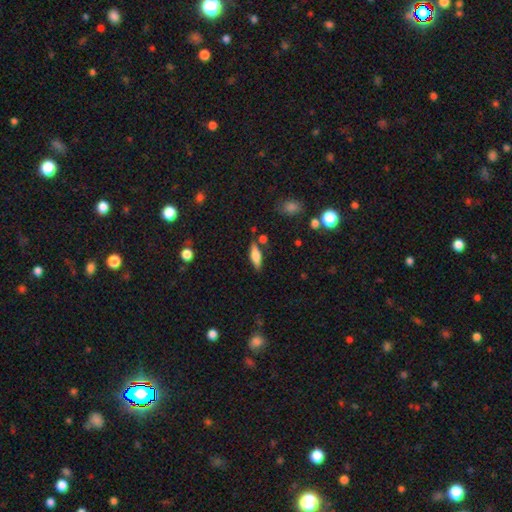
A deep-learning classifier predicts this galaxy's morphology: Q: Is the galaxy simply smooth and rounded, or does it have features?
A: smooth — 62%.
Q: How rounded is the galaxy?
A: in between — 53%.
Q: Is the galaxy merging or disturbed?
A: none — 80%.